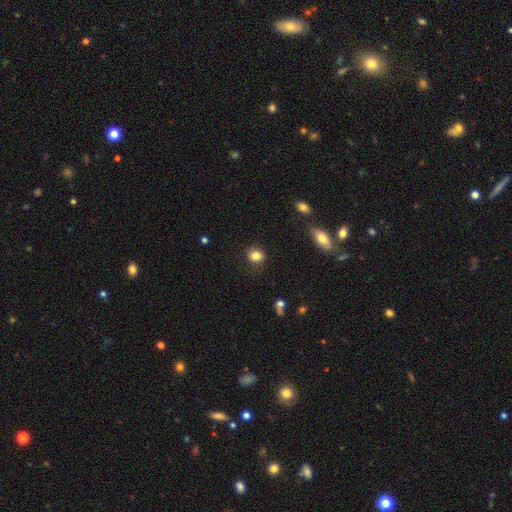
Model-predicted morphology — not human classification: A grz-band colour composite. It shows a smooth galaxy with no disk features (83%) that is round (77%). Merging: none (79%).